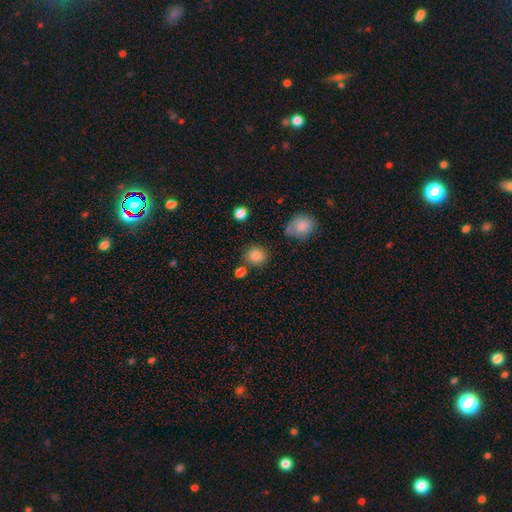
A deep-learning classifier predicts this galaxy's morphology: Smooth or featured: smooth — 85% (star or artifact — 10%)
How rounded: round — 79% (in between — 20%)
Merging: none — 75% (minor disturbance — 13%)